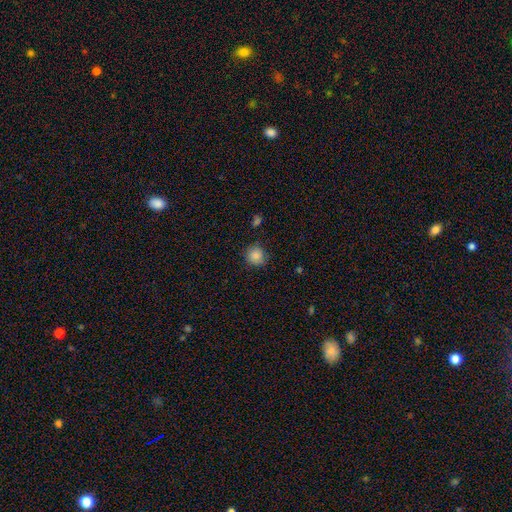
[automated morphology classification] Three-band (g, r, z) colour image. It shows a smooth galaxy with no disk features (86%) that is round (90%). Merging: none (84%).